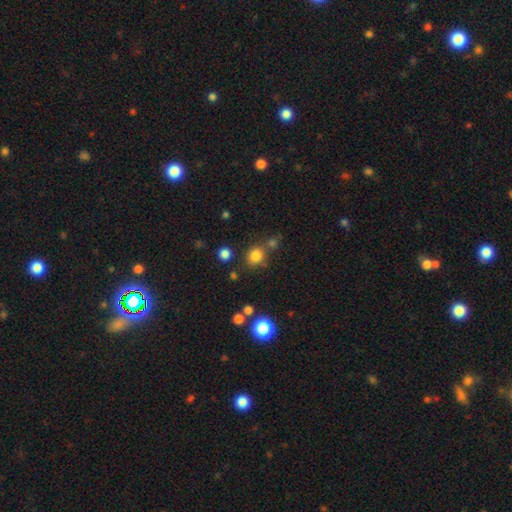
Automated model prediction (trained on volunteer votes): smooth 80%, star or artifact 15%, featured or disk 5%. Down the decision tree: how rounded — round (82%); merging — none (73%).